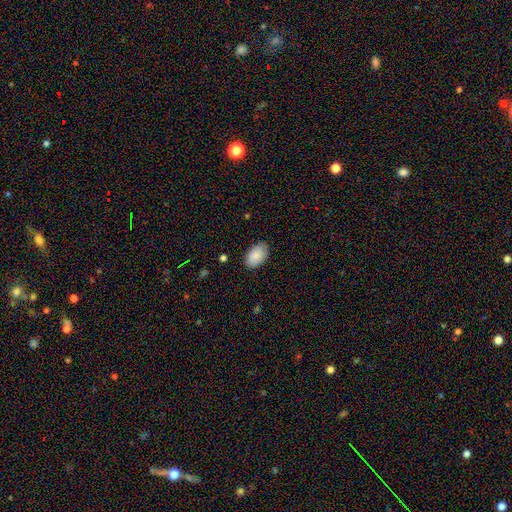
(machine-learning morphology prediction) Q: Smooth or featured?
A: smooth (88%); runner-up: star or artifact (6%)
Q: How rounded?
A: in between (93%); runner-up: round (6%)
Q: Merging?
A: none (85%); runner-up: minor disturbance (12%)